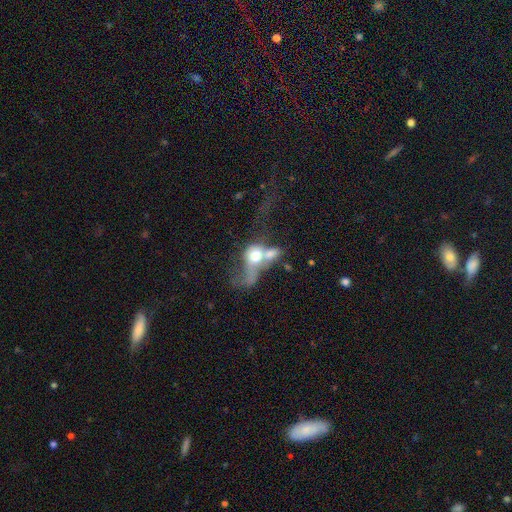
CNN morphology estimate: This appears to be a smooth galaxy with no disk features (56%) that is in between round and cigar-shaped (53%). Merging: merger (64%).